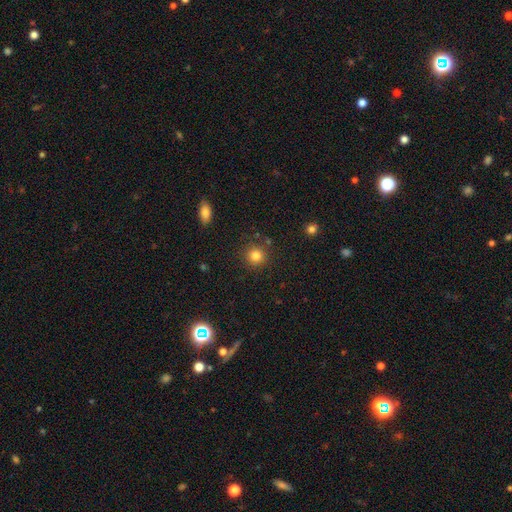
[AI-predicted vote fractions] Q: Smooth or featured?
A: smooth (83%); runner-up: star or artifact (12%)
Q: How rounded?
A: round (93%); runner-up: in between (6%)
Q: Merging?
A: none (86%); runner-up: minor disturbance (8%)